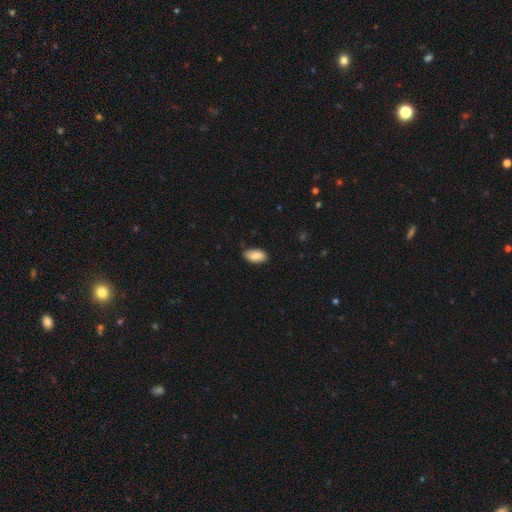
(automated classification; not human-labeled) Overall: smooth (85%). How rounded: in between (94%). Merging: none (79%).